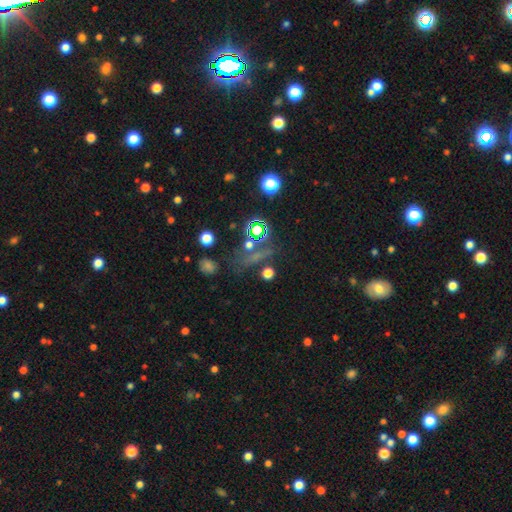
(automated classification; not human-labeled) Smooth or featured? Predicted: star or artifact (p=0.57).